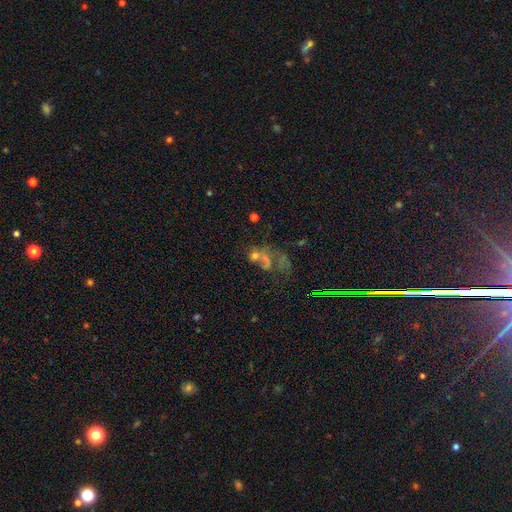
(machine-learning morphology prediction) Q: Smooth or featured?
A: featured or disk (37%); runner-up: smooth (32%)
Q: Merging?
A: merger (33%); tied with: major disturbance (33%)